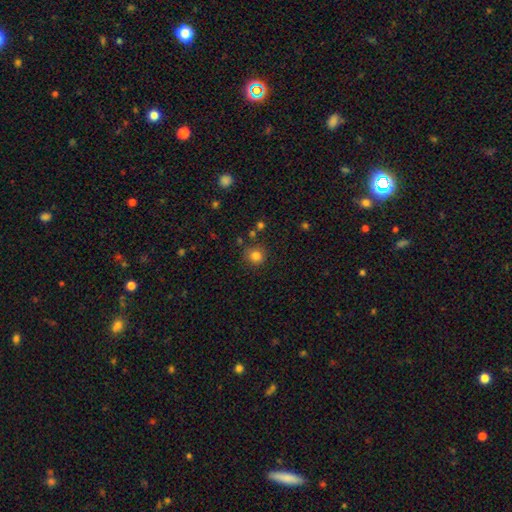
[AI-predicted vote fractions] The model was most divided on "smooth or featured": smooth: 82%, star or artifact: 12%, featured or disk: 5%. More confident: how rounded — round (88%); merging — none (81%).